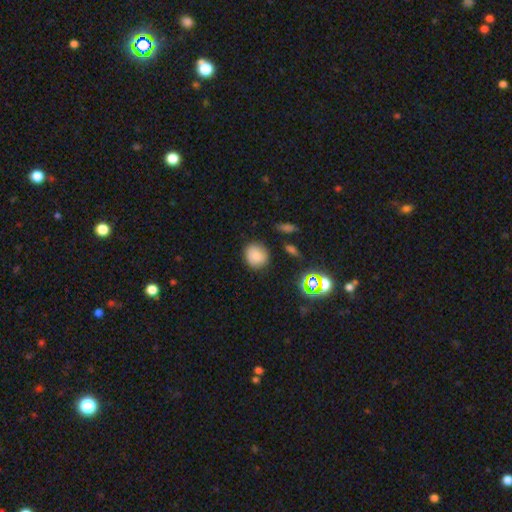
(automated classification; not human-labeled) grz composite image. It shows a smooth galaxy with no disk features (80%) that is round (83%). Merging: none (84%).